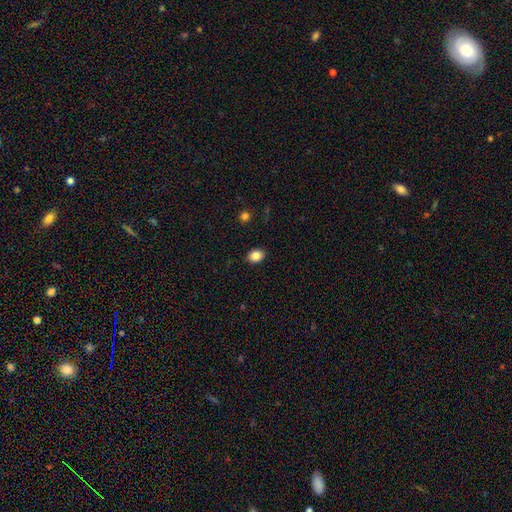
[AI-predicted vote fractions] Morphology: type=smooth (86%); roundness=in between (60%); merging=none (88%).